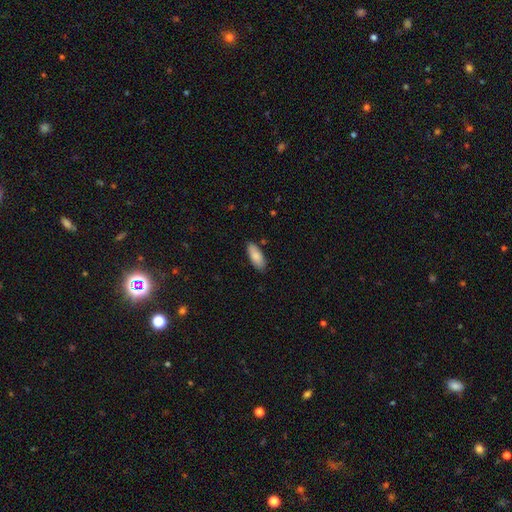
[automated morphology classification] Smooth or featured? Predicted: smooth (p=0.86). How rounded? Predicted: in between (p=0.83). Merging? Predicted: none (p=0.84).